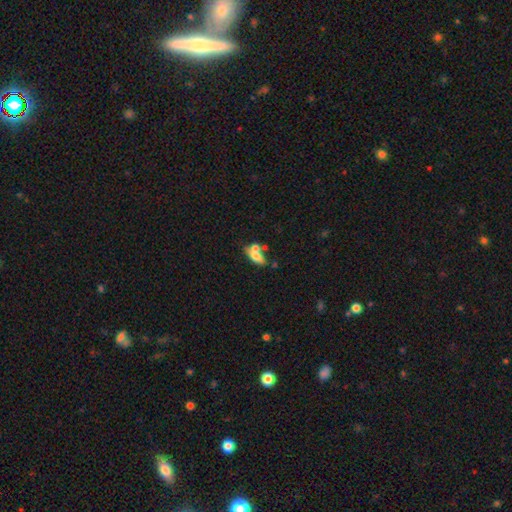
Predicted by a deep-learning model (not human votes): Smooth or featured: smooth — 67% (featured or disk — 24%)
How rounded: in between — 81% (cigar-shaped — 13%)
Merging: merger — 42% (none — 38%)